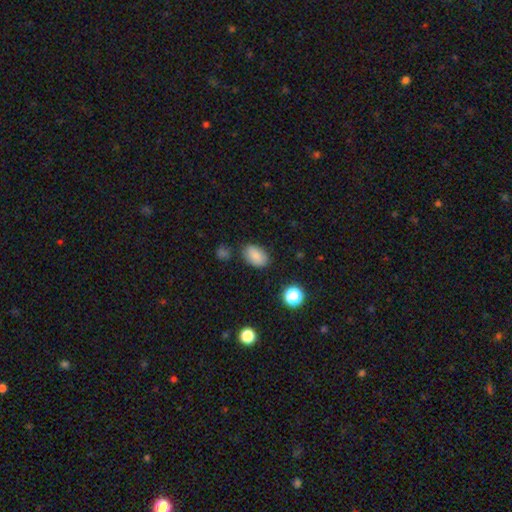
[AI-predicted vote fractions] Smooth or featured? Predicted: smooth (p=0.83). How rounded? Predicted: in between (p=0.87). Merging? Predicted: none (p=0.77).